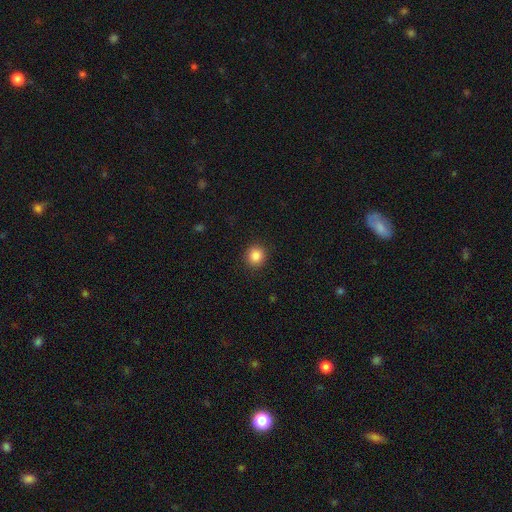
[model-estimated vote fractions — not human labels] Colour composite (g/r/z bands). It shows a smooth galaxy with no disk features (86%) that is round (89%). Merging: none (91%).